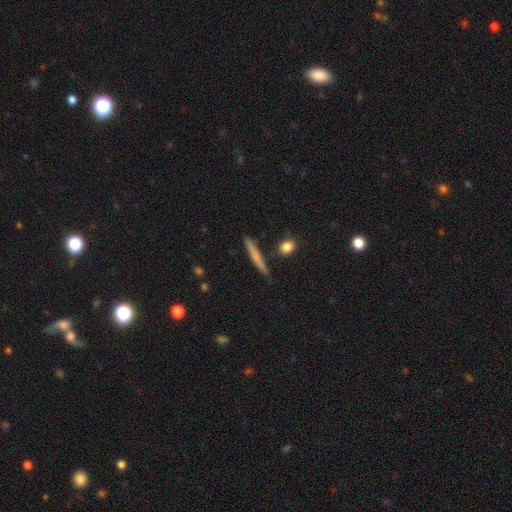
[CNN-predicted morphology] smooth_or_featured: smooth (p=0.59) [alt: featured or disk p=0.35]
how_rounded: cigar-shaped (p=0.93) [alt: in between p=0.04]
merging: none (p=0.84) [alt: minor disturbance p=0.10]